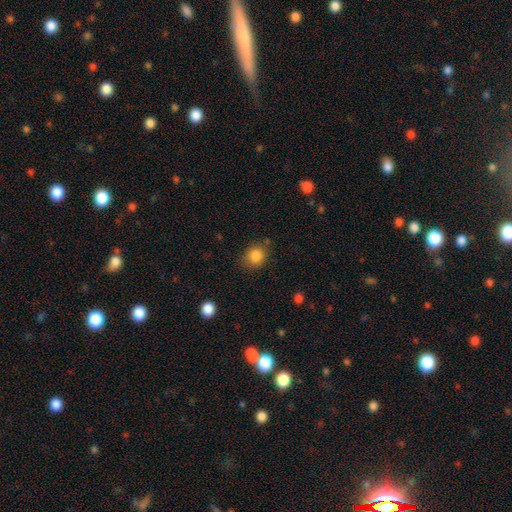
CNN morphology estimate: Smooth or featured? smooth (85%)
How rounded? round (70%)
Merging? none (76%)